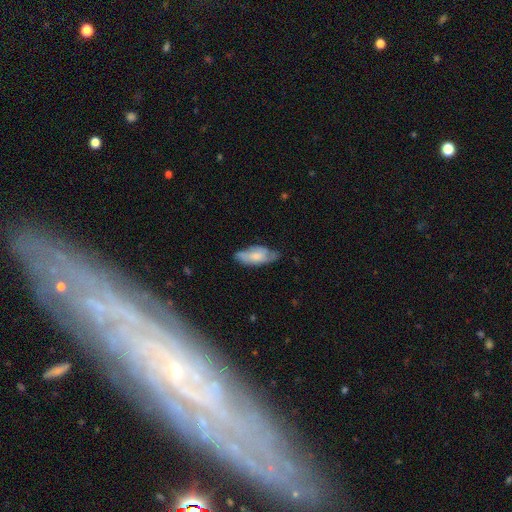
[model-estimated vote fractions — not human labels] Smooth or featured? smooth (57%)
How rounded? in between (80%)
Merging? none (61%)